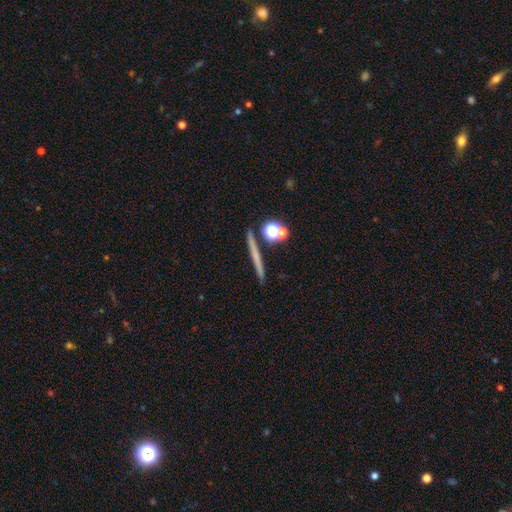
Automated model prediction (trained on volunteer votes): Overall: smooth (47%; featured or disk 40%). Merging: none (82%).